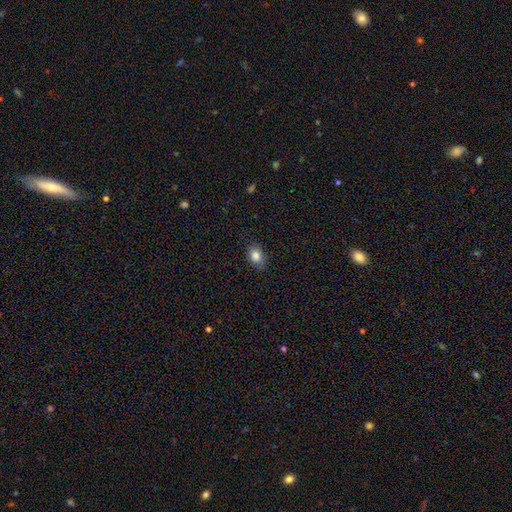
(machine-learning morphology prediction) Overall: smooth (85%). How rounded: in between (73%). Merging: none (85%).